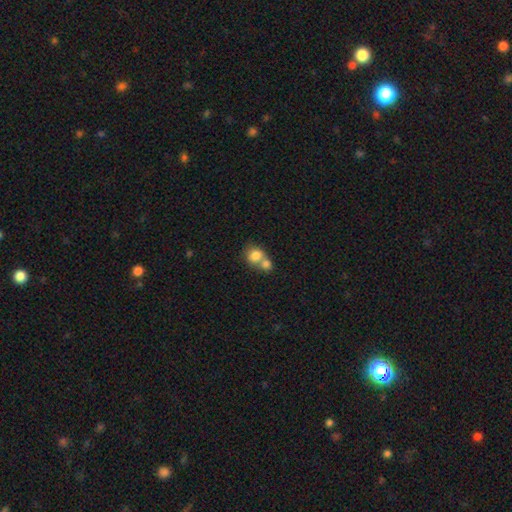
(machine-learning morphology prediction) A smooth galaxy with no disk features (79%) that is round (71%). Merging: merger (64%).